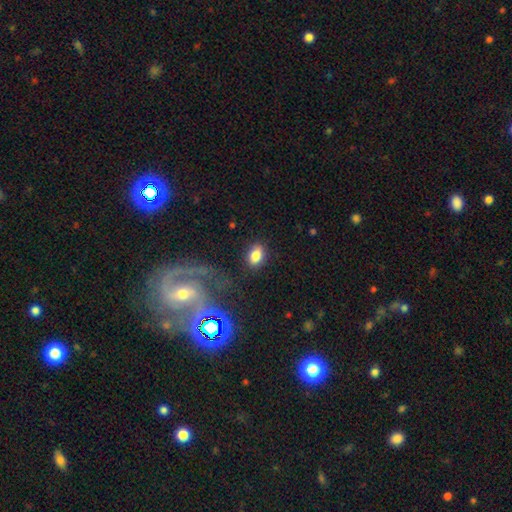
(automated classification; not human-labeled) smooth-or-featured: smooth: 81% | star or artifact: 10% | featured or disk: 9%
  how-rounded: in between: 79% | round: 19% | cigar-shaped: 2%
  merging: none: 85% | minor disturbance: 10% | major disturbance: 3% | merger: 2%